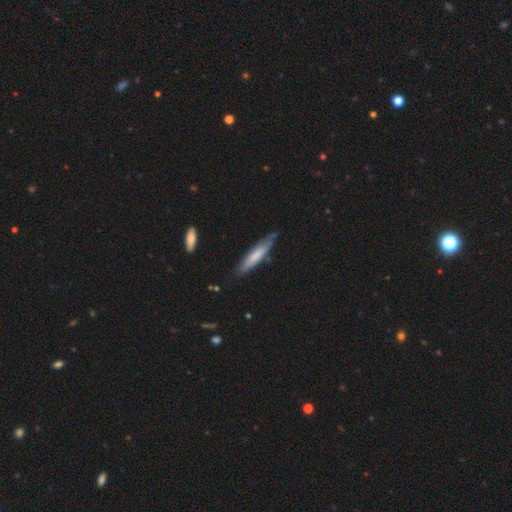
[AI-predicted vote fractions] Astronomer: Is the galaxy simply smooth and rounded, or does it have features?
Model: smooth — 60%.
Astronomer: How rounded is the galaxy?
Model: cigar-shaped — 85%.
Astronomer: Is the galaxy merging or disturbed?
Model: none — 73%.